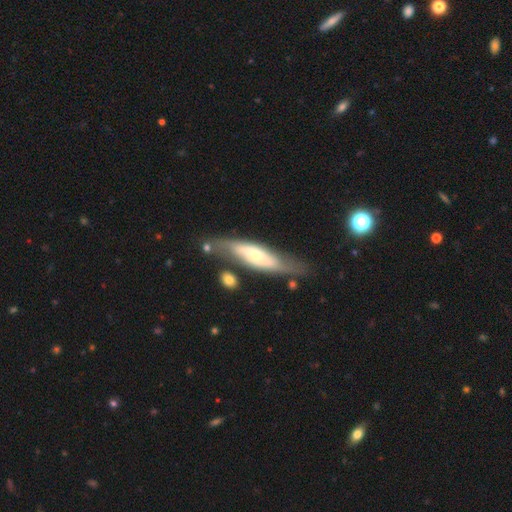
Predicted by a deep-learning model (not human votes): Overall: featured or disk (58%; smooth 36%). Edge-on disk: no (59%; yes 41%). Merging: none (66%).